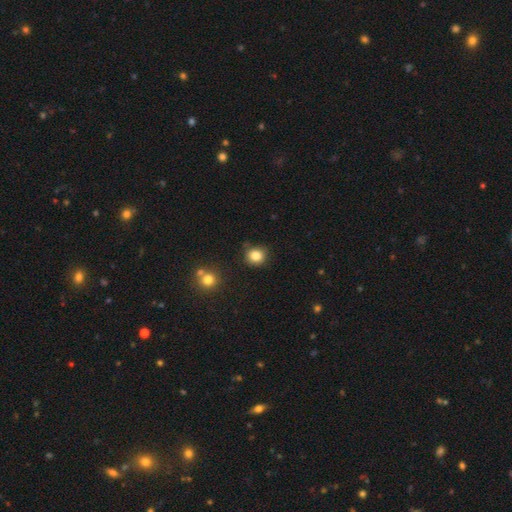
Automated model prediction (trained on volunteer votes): smooth_or_featured: smooth (p=0.84) [alt: star or artifact p=0.11]
how_rounded: round (p=0.86) [alt: in between p=0.13]
merging: none (p=0.82) [alt: minor disturbance p=0.12]